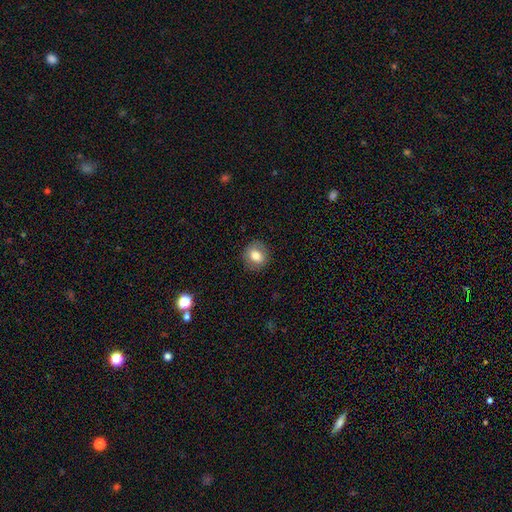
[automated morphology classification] smooth-or-featured: smooth: 75% | featured or disk: 16% | star or artifact: 9%
  how-rounded: round: 73% | in between: 26% | cigar-shaped: 1%
  merging: none: 86% | minor disturbance: 10% | major disturbance: 3% | merger: 1%